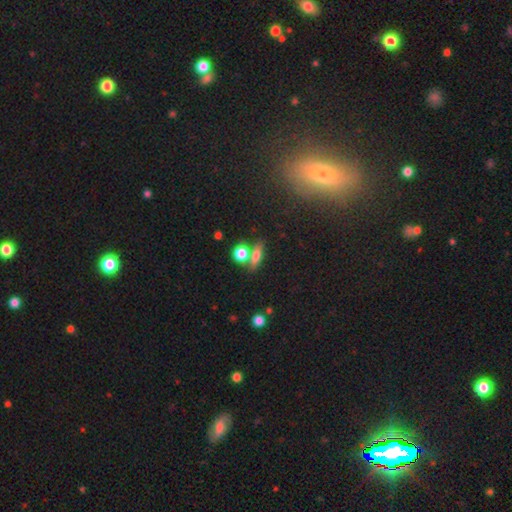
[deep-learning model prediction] Q: Smooth or featured?
A: smooth (67%); runner-up: featured or disk (20%)
Q: How rounded?
A: in between (40%); runner-up: cigar-shaped (37%)
Q: Merging?
A: none (62%); runner-up: merger (22%)